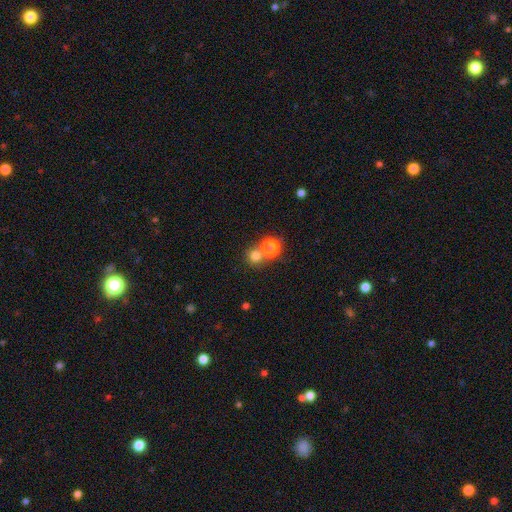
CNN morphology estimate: type=smooth (76%); roundness=round (90%); merging=none (56%).